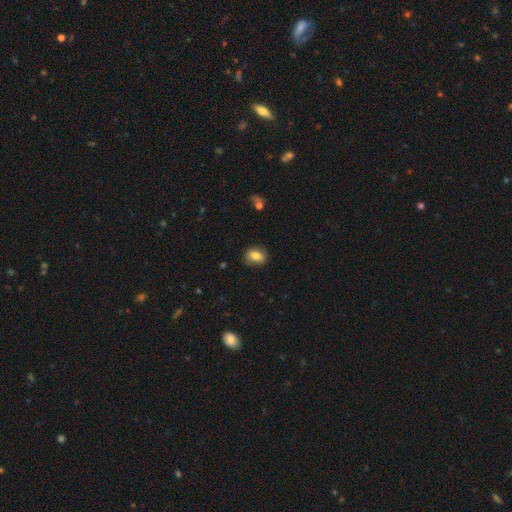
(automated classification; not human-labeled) A smooth galaxy with no disk features (78%) that is in between round and cigar-shaped (64%). Merging: none (77%).